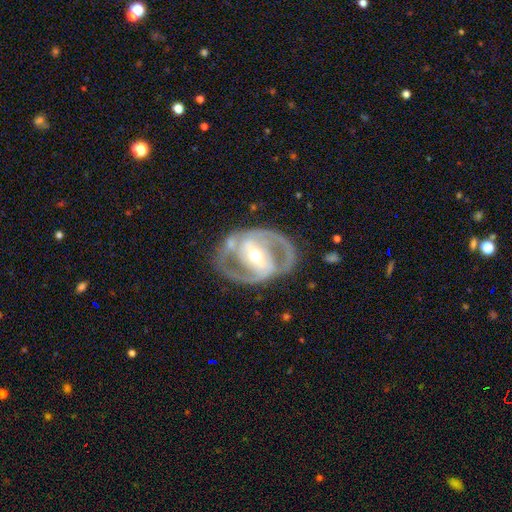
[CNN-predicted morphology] Q: Smooth or featured?
A: featured or disk (86%); runner-up: smooth (9%)
Q: Edge-on disk?
A: no (96%); runner-up: yes (4%)
Q: Bar?
A: strong (45%); runner-up: weak (32%)
Q: Spiral arms?
A: yes (79%); runner-up: no (21%)
Q: Spiral winding?
A: medium (48%); runner-up: tight (35%)
Q: Spiral arm count?
A: 2 (85%); runner-up: can't tell (8%)
Q: Bulge size?
A: moderate (67%); runner-up: small (25%)
Q: Merging?
A: none (73%); runner-up: minor disturbance (15%)